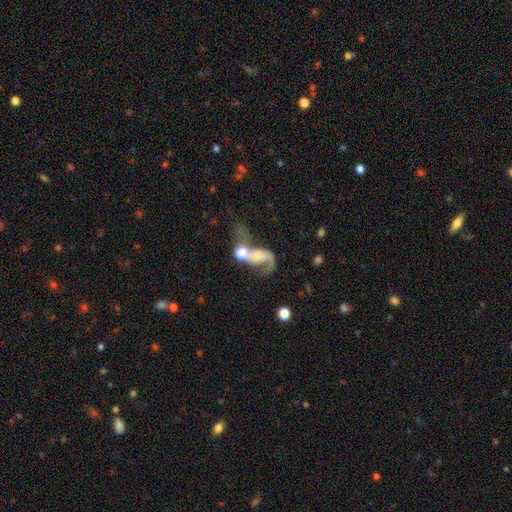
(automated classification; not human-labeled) Smooth or featured?
  - featured or disk: 59% *
  - smooth: 31%
  - star or artifact: 10%
Edge-on disk?
  - no: 95% *
  - yes: 5%
Bar?
  - no: 65% *
  - weak: 26%
  - strong: 9%
Spiral arms?
  - yes: 74% *
  - no: 26%
Bulge size?
  - moderate: 31% *
  - small: 26%
  - none: 22%
  - large: 16%
  - dominant: 5%
Merging?
  - merger: 68% *
  - major disturbance: 17%
  - none: 10%
  - minor disturbance: 5%